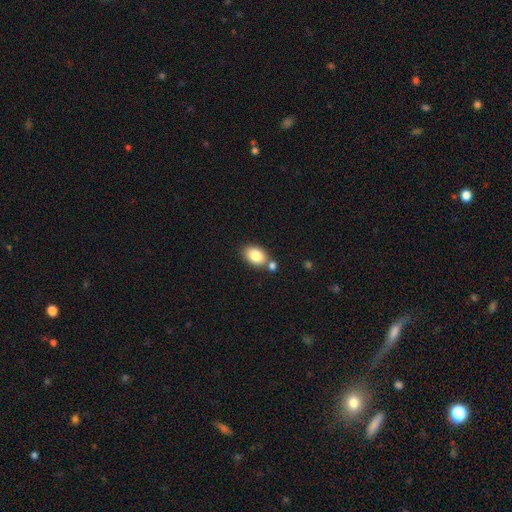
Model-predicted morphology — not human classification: A smooth galaxy with no disk features (84%) that is in between round and cigar-shaped (81%). Merging: none (64%).